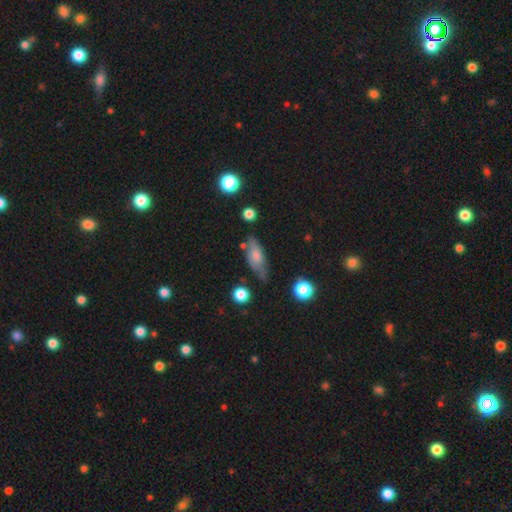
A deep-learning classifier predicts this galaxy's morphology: This is likely a smooth galaxy (63%). How rounded: likely in between (68%). Merging: possibly none (57%).